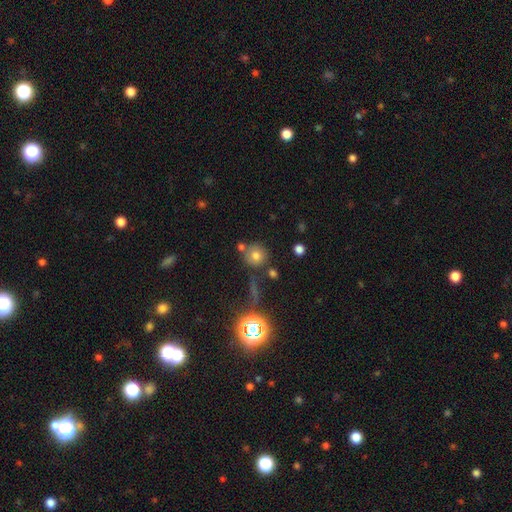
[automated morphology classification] The model was most divided on "smooth or featured": smooth: 72%, star or artifact: 17%, featured or disk: 11%. More confident: how rounded — round (90%); merging — none (70%).